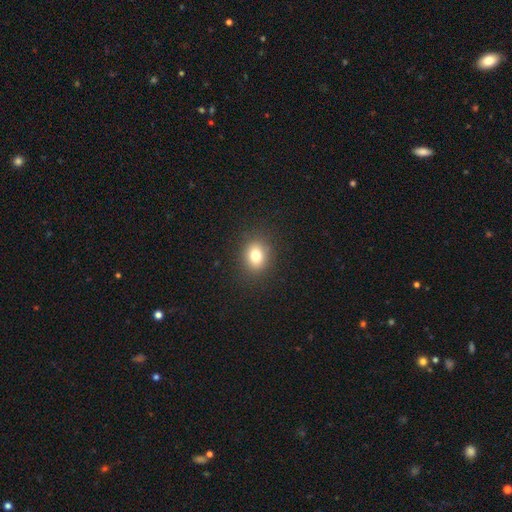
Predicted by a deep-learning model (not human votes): Smooth or featured: smooth — 78% (star or artifact — 13%)
How rounded: round — 56% (in between — 43%)
Merging: none — 88% (minor disturbance — 8%)